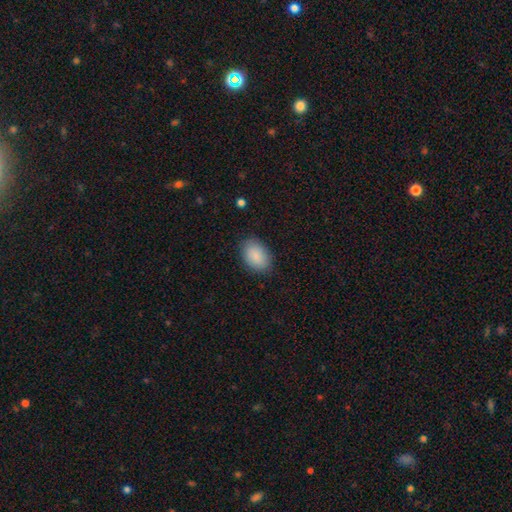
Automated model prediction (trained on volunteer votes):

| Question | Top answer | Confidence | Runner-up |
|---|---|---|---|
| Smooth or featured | smooth | 89% | star or artifact (6%) |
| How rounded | in between | 88% | round (11%) |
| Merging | none | 85% | minor disturbance (11%) |